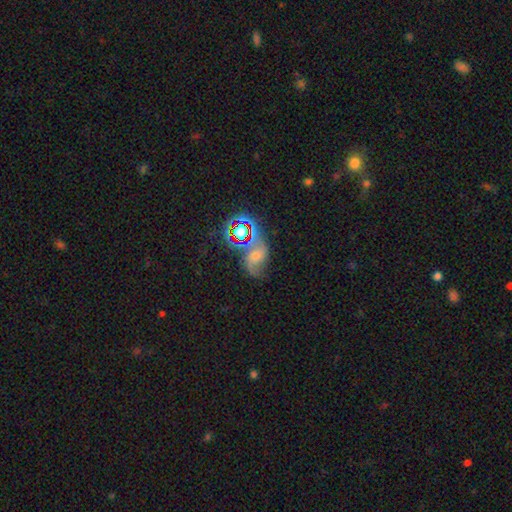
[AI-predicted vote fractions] A featured or disk galaxy (52%). Merging: none (47%).